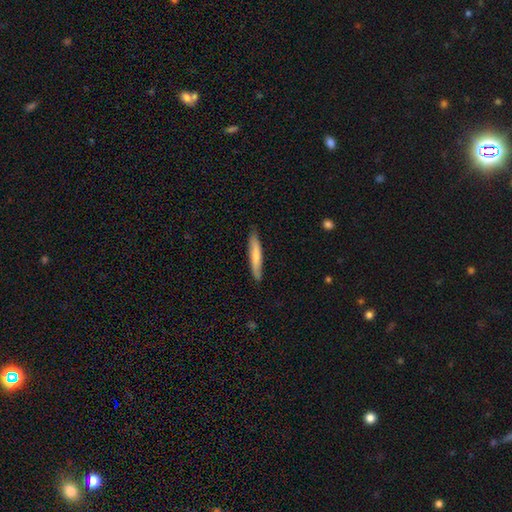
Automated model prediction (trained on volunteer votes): Smooth or featured?
  - smooth: 72% *
  - featured or disk: 23%
  - star or artifact: 5%
How rounded?
  - cigar-shaped: 91% *
  - in between: 7%
  - round: 1%
Merging?
  - none: 86% *
  - minor disturbance: 11%
  - major disturbance: 2%
  - merger: 1%